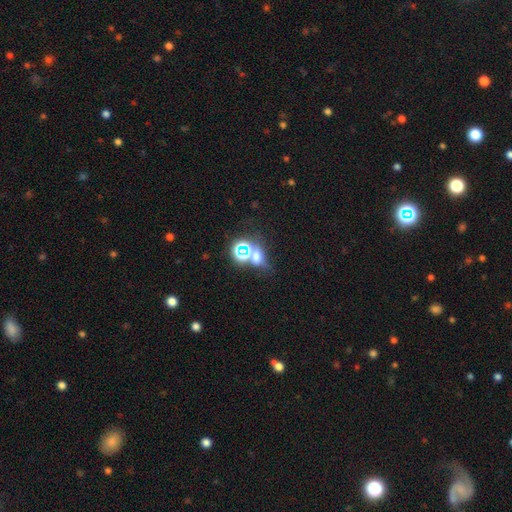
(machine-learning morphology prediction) smooth_or_featured: smooth (p=0.45) [alt: star or artifact p=0.42]
merging: none (p=0.50) [alt: merger p=0.31]